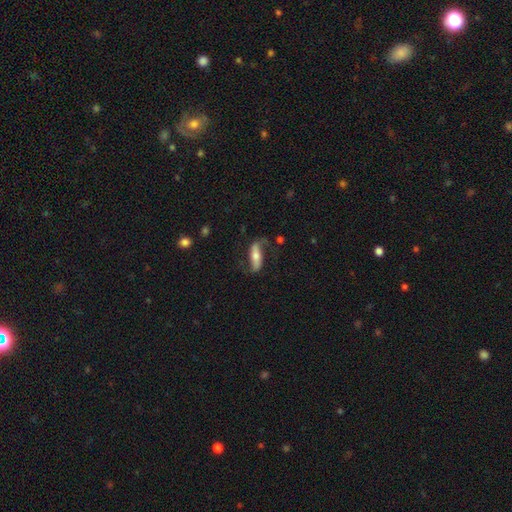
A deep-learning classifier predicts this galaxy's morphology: smooth-or-featured: featured or disk: 59% | smooth: 34% | star or artifact: 7%
  disk-edge-on: no: 72% | yes: 28%
  merging: none: 63% | minor disturbance: 20% | major disturbance: 14% | merger: 3%